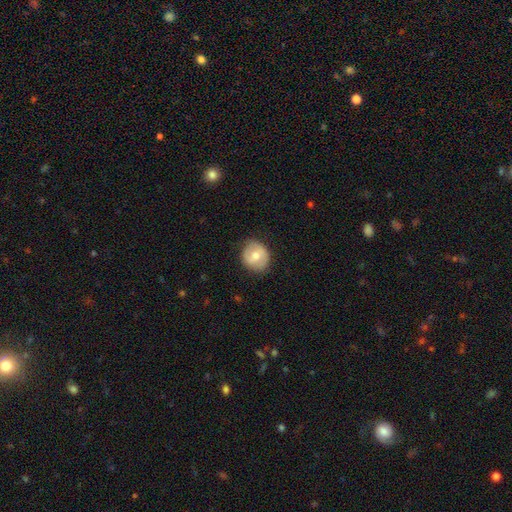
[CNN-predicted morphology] A smooth galaxy with no disk features (62%) that is round (76%). Merging: none (78%).